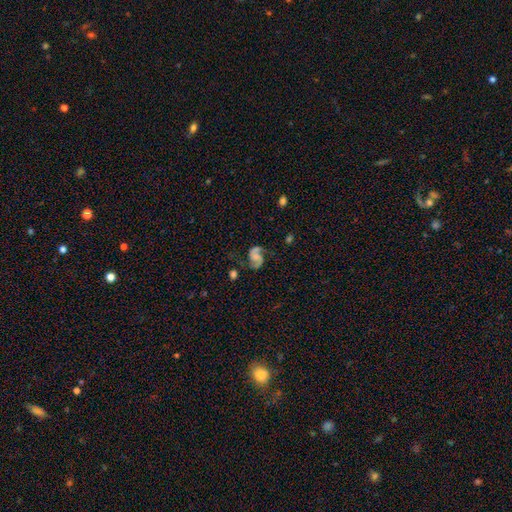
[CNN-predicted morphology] A featured or disk galaxy (83%) with no bar (54%), 2 (92%) medium (46%) spiral arms (96%) and no central bulge (47%). Merging: none (68%).